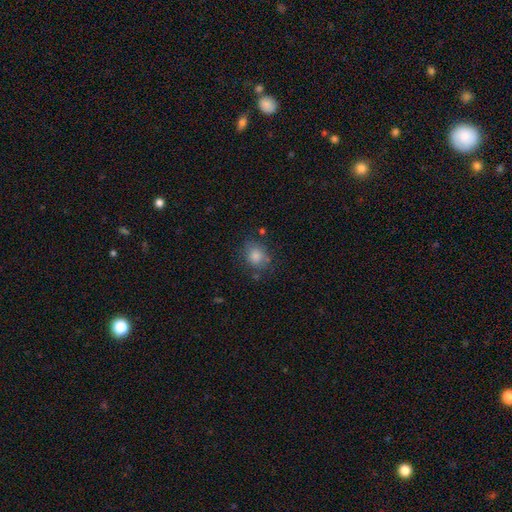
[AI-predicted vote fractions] smooth_or_featured: smooth (p=0.78) [alt: star or artifact p=0.12]
how_rounded: round (p=0.58) [alt: in between p=0.41]
merging: none (p=0.74) [alt: minor disturbance p=0.17]